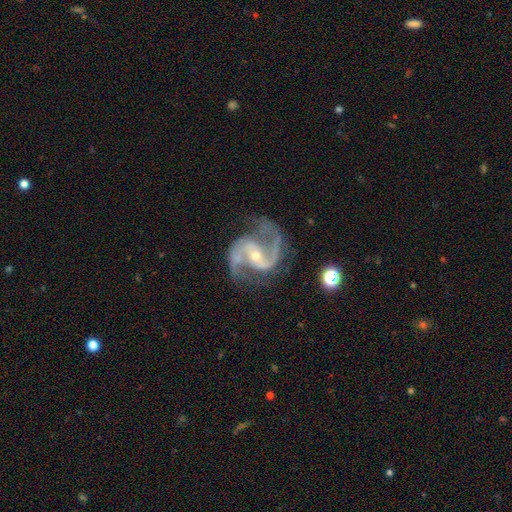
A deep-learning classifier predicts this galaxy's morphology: A featured or disk galaxy (92%) with a weak bar (39%), 2 (92%) medium (64%) spiral arms (98%) and a small central bulge (66%).

Vote fractions:
- Smooth or featured? featured or disk: 92% / star or artifact: 5% / smooth: 2%
- Edge-on disk? no: 98% / yes: 2%
- Bar? weak: 39% / no: 31% / strong: 30%
- Spiral arms? yes: 98% / no: 2%
- Spiral winding? medium: 64% / loose: 22% / tight: 13%
- Spiral arm count? 2: 92% / 3: 2% / can't tell: 2% / 1: 1% / 4: 1% / more than 4: 1%
- Bulge size? small: 66% / moderate: 31% / none: 1% / large: 1% / dominant: 1%
- Merging? none: 73% / minor disturbance: 16% / major disturbance: 9% / merger: 2%